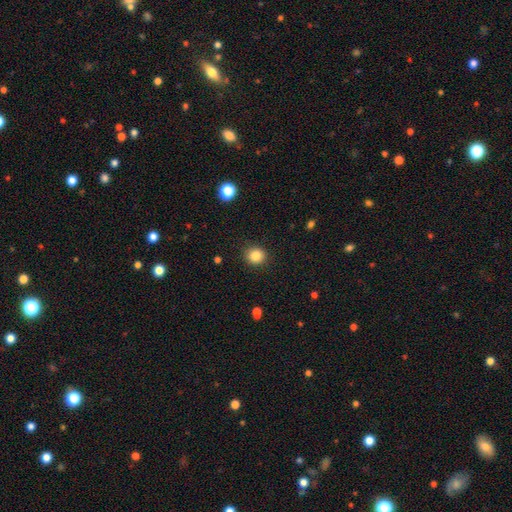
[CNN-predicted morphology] Smooth or featured? Predicted: smooth (p=0.85). How rounded? Predicted: round (p=0.86). Merging? Predicted: none (p=0.90).